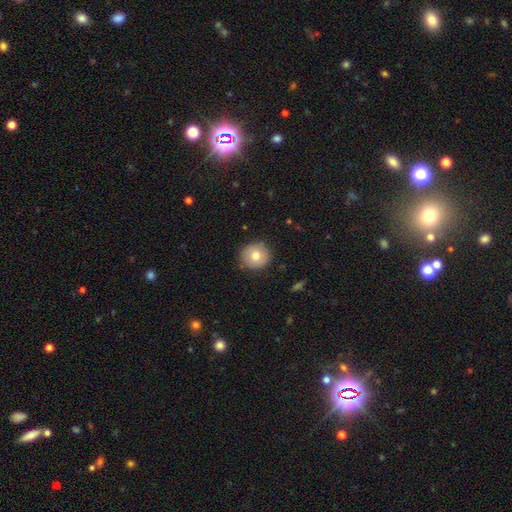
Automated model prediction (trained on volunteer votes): Overall: smooth (77%). How rounded: round (90%). Merging: none (87%).